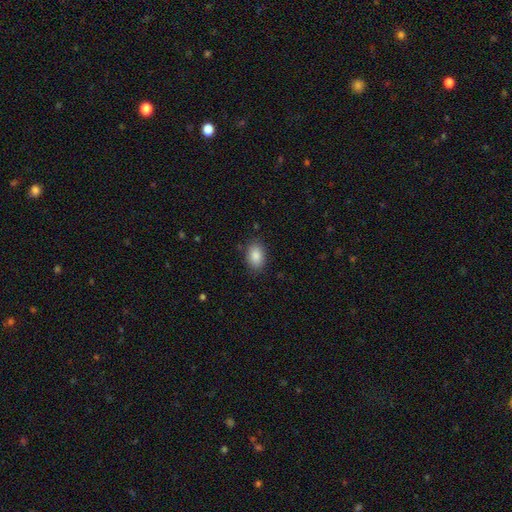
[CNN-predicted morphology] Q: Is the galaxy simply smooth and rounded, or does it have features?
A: smooth — 87%.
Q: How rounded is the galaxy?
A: in between — 88%.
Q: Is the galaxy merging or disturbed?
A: none — 85%.